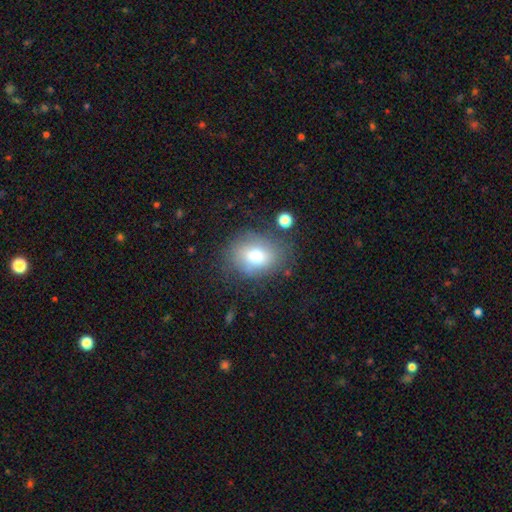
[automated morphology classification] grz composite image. It shows a smooth galaxy with no disk features (72%) that is in between round and cigar-shaped (52%). Merging: none (71%).